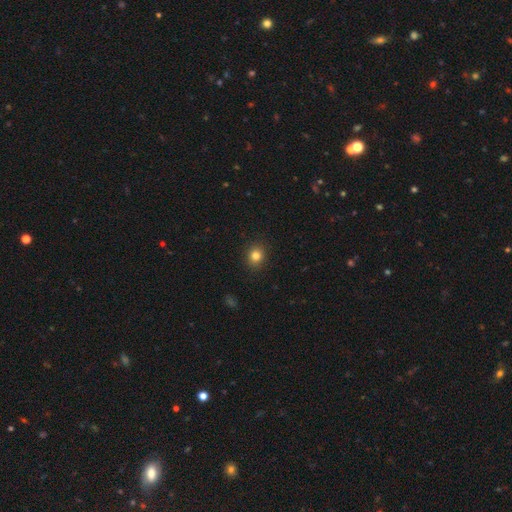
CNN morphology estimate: smooth_or_featured: smooth (p=0.82) [alt: star or artifact p=0.12]
how_rounded: round (p=0.79) [alt: in between p=0.20]
merging: none (p=0.91) [alt: minor disturbance p=0.06]